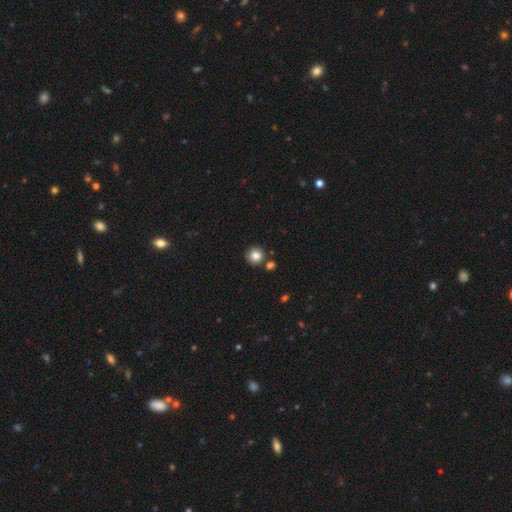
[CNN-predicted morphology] type=smooth (83%); roundness=round (93%); merging=none (80%).